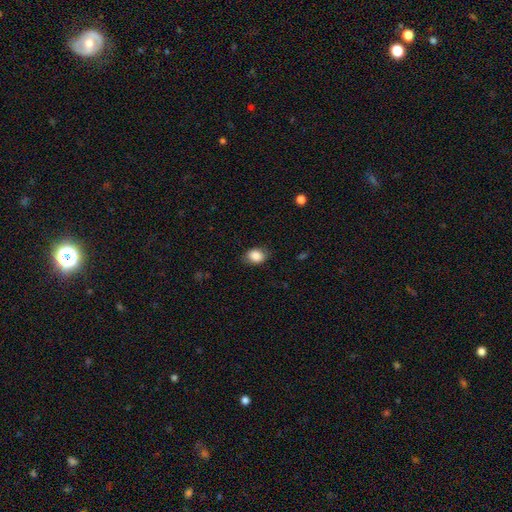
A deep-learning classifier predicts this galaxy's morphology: smooth 87%, star or artifact 8%, featured or disk 5%. Down the decision tree: how rounded — in between (63%); merging — none (80%).